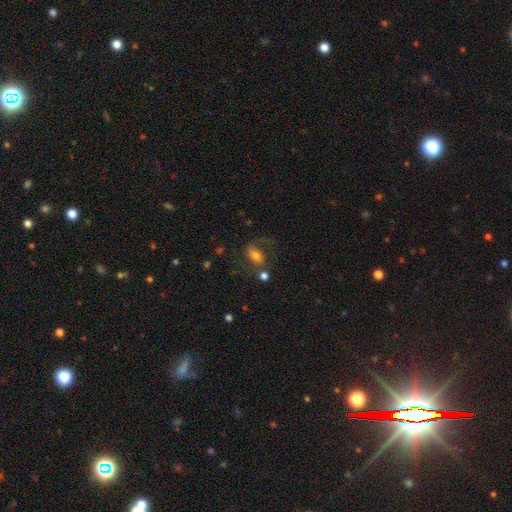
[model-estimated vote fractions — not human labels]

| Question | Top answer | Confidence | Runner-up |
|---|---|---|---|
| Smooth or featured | smooth | 53% | featured or disk (35%) |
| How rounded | in between | 77% | round (20%) |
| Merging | none | 48% | major disturbance (23%) |